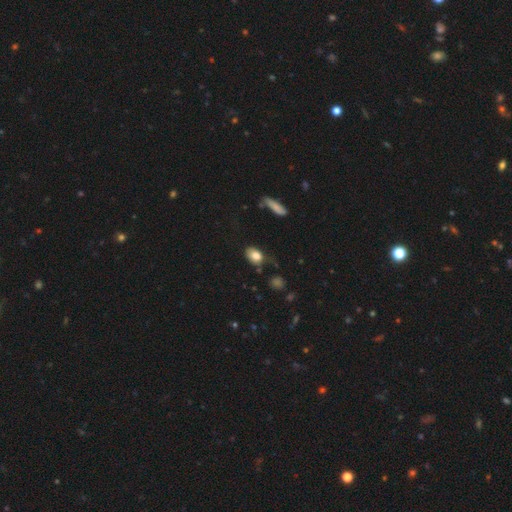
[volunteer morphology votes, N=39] Smooth or featured: smooth — 87% (featured or disk — 10%)
How rounded: in between — 76% (round — 18%)
Merging: none — 47% (minor disturbance — 37%)